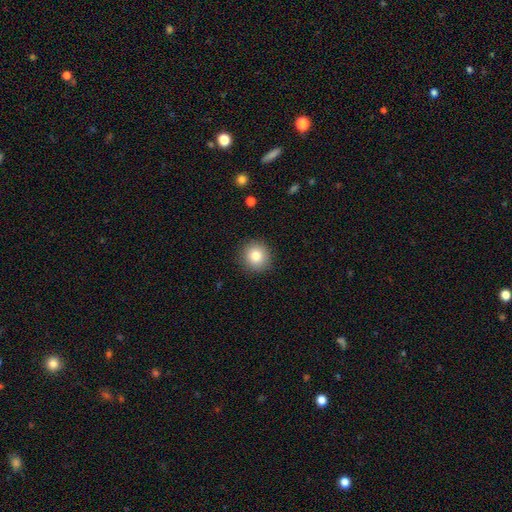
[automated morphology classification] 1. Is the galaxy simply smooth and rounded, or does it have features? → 83% smooth, 10% star or artifact, 8% featured or disk.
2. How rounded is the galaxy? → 92% round, 7% in between, 1% cigar-shaped.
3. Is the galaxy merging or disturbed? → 90% none, 7% minor disturbance, 2% major disturbance, 1% merger.